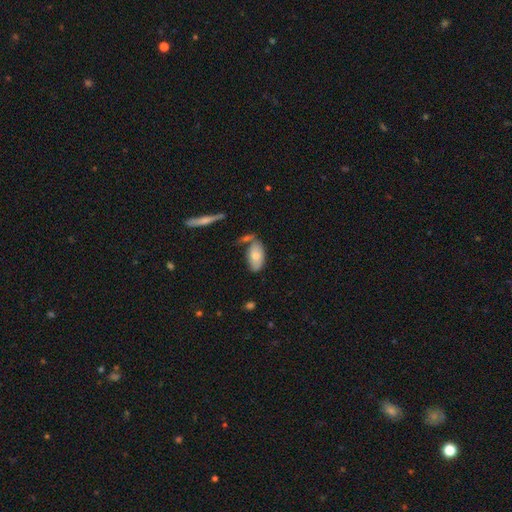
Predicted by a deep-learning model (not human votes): Q: Smooth or featured?
A: smooth (74%); runner-up: featured or disk (19%)
Q: How rounded?
A: in between (92%); runner-up: cigar-shaped (5%)
Q: Merging?
A: none (57%); runner-up: minor disturbance (23%)